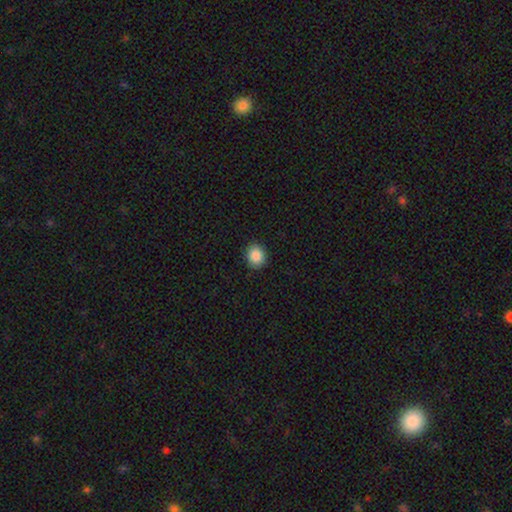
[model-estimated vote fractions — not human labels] smooth 87%, star or artifact 9%, featured or disk 4%. Down the decision tree: how rounded — round (71%); merging — none (90%).